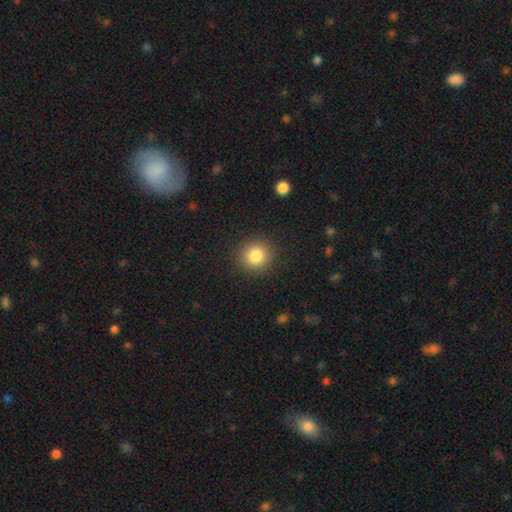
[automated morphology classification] The model was most divided on "smooth or featured": smooth: 84%, star or artifact: 10%, featured or disk: 6%. More confident: how rounded — round (91%); merging — none (89%).